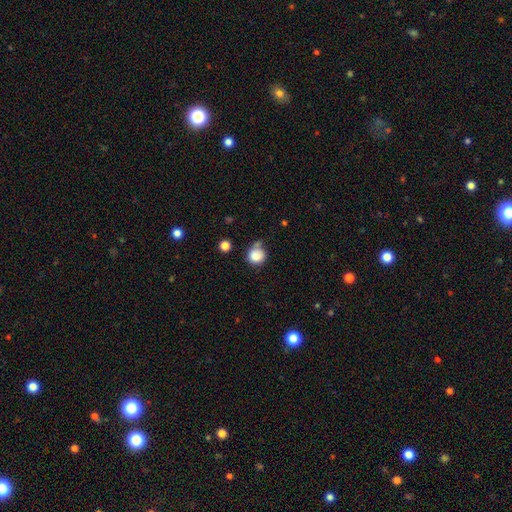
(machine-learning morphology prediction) type=smooth (84%); roundness=round (82%); merging=none (52%).